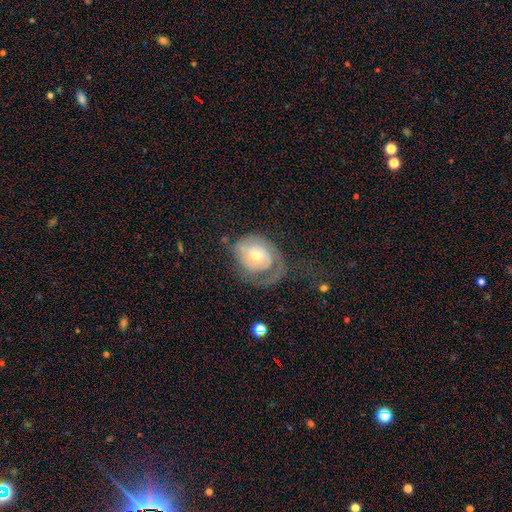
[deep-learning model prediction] smooth-or-featured: featured or disk: 68% | smooth: 25% | star or artifact: 6%
  disk-edge-on: no: 96% | yes: 4%
    bar: no: 66% | weak: 28% | strong: 6%
    has-spiral-arms: yes: 80% | no: 20%
      spiral-winding: tight: 52% | medium: 31% | loose: 17%
      spiral-arm-count: 1: 43% | 2: 26% | can't tell: 24% | 3: 4% | 4: 1% | more than 4: 1%
    bulge-size: moderate: 57% | small: 37% | large: 4% | none: 1% | dominant: 1%
  merging: none: 40% | major disturbance: 35% | minor disturbance: 23% | merger: 2%